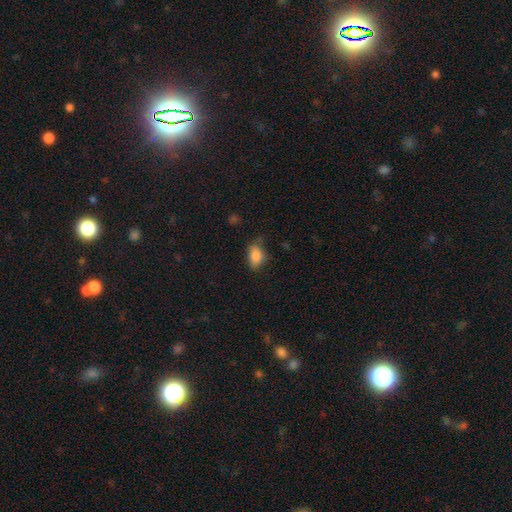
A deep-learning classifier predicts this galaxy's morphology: Smooth or featured?
  - smooth: 83% *
  - star or artifact: 9%
  - featured or disk: 8%
How rounded?
  - in between: 82% *
  - round: 16%
  - cigar-shaped: 3%
Merging?
  - none: 60% *
  - minor disturbance: 30%
  - major disturbance: 8%
  - merger: 2%